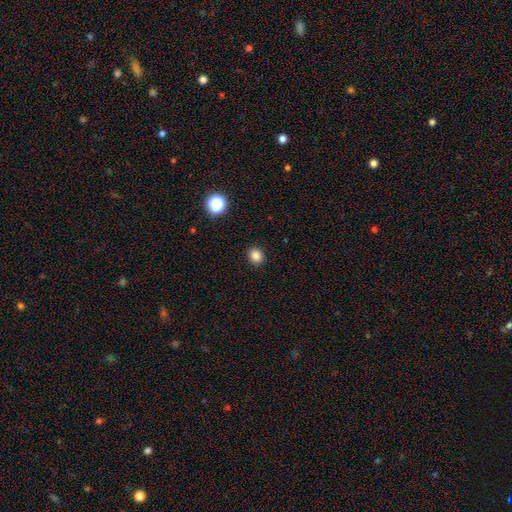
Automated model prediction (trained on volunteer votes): Overall: smooth (84%). How rounded: round (84%). Merging: none (92%).